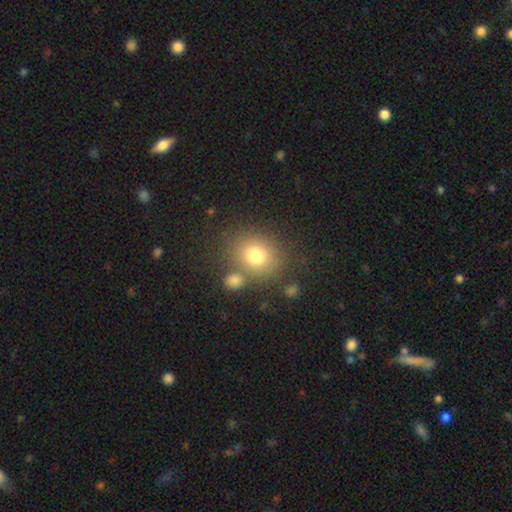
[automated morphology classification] A smooth galaxy with no disk features (76%) that is round (70%).

Vote fractions:
- Smooth or featured? smooth: 76% / star or artifact: 13% / featured or disk: 11%
- How rounded? round: 70% / in between: 29% / cigar-shaped: 1%
- Merging? none: 70% / merger: 13% / minor disturbance: 11% / major disturbance: 5%